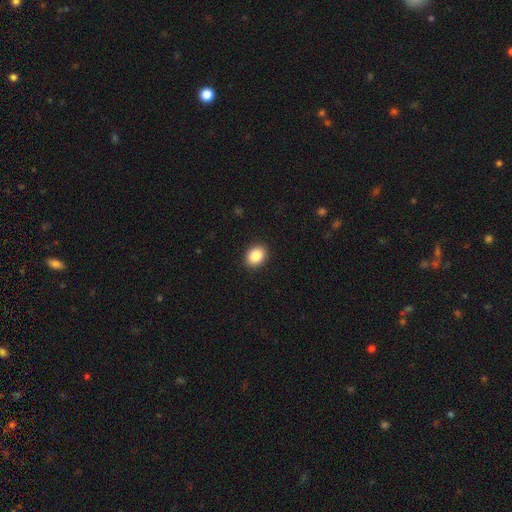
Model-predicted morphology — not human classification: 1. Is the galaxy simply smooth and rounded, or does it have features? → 88% smooth, 8% star or artifact, 4% featured or disk.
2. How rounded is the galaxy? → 55% in between, 44% round, 1% cigar-shaped.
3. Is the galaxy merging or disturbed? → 91% none, 6% minor disturbance, 2% major disturbance, 1% merger.